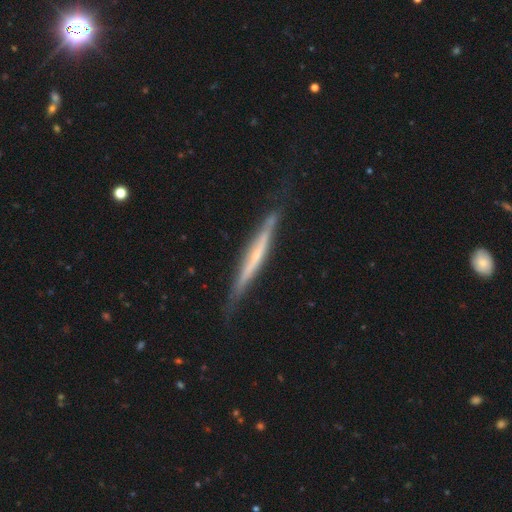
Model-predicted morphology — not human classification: This appears to be a featured or disk galaxy (70%) viewed edge-on (94%) with no central bulge (56%). Merging: none (75%).